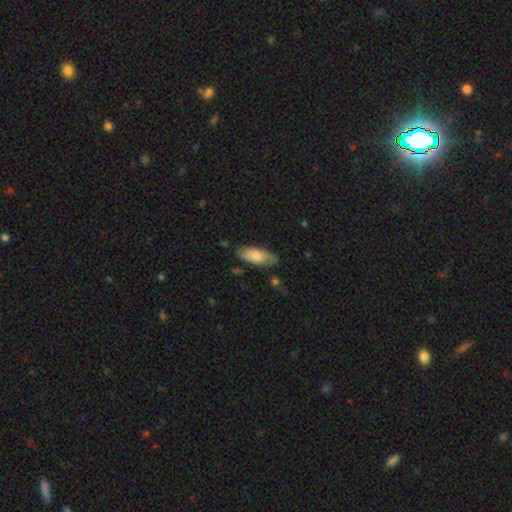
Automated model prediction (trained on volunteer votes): Morphology: type=smooth (75%); roundness=in between (77%); merging=none (77%).